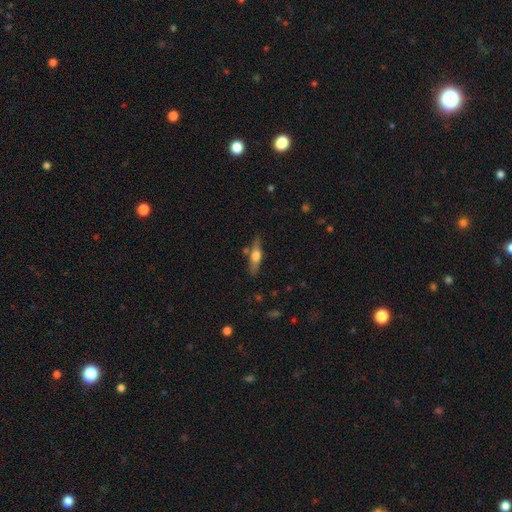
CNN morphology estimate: smooth_or_featured: featured or disk (p=0.47) [alt: smooth p=0.46]
merging: none (p=0.75) [alt: minor disturbance p=0.16]